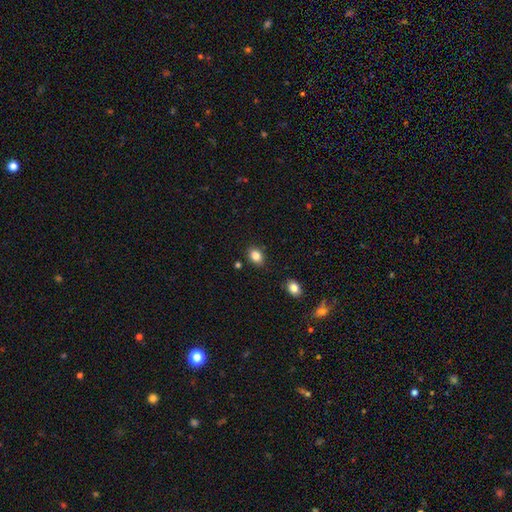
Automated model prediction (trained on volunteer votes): Smooth or featured?
  - smooth: 84% *
  - star or artifact: 10%
  - featured or disk: 6%
How rounded?
  - in between: 65% *
  - round: 34%
  - cigar-shaped: 1%
Merging?
  - none: 85% *
  - minor disturbance: 10%
  - merger: 2%
  - major disturbance: 2%